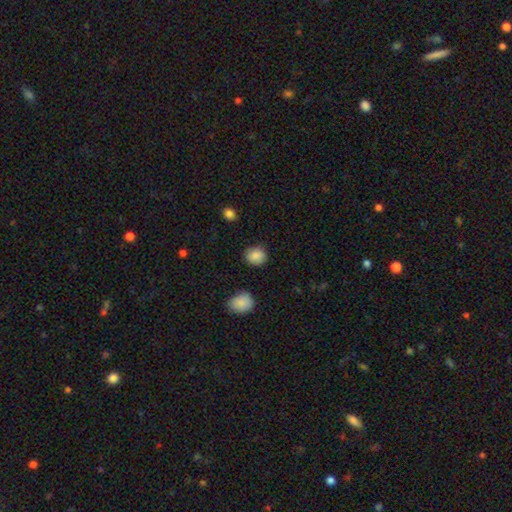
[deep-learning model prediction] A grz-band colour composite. It shows a smooth galaxy with no disk features (87%) that is round (73%). Merging: none (83%).